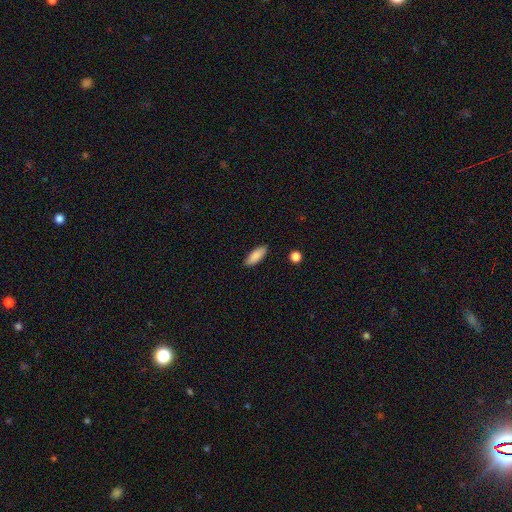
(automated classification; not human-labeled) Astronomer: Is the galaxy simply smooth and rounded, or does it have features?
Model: smooth — 87%.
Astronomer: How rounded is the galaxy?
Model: in between — 67%.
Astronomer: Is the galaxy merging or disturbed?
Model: none — 87%.